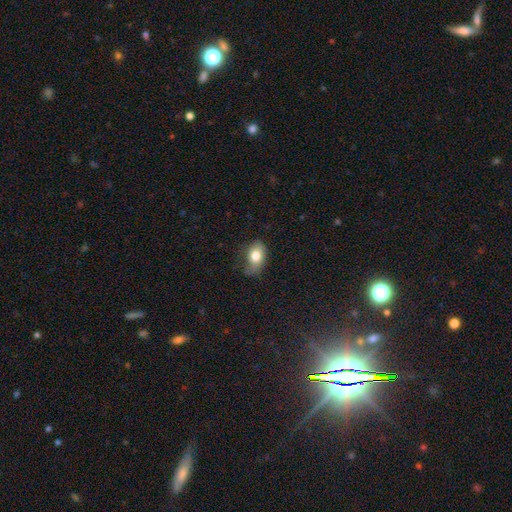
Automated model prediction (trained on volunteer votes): smooth_or_featured: smooth (p=0.77) [alt: featured or disk p=0.14]
how_rounded: in between (p=0.84) [alt: round p=0.15]
merging: none (p=0.54) [alt: minor disturbance p=0.33]